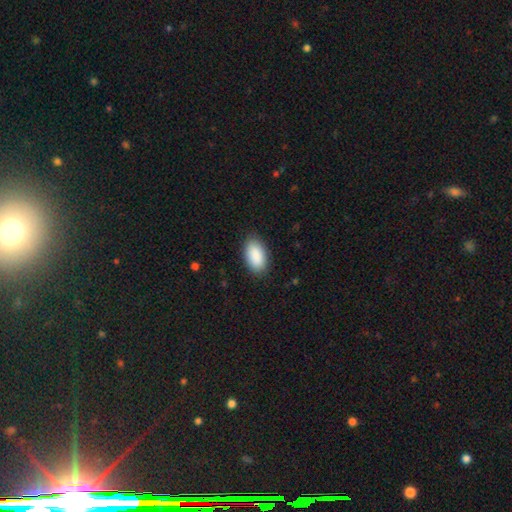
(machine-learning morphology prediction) This is clearly a smooth galaxy (91%). How rounded: clearly in between (95%). Merging: clearly none (87%).